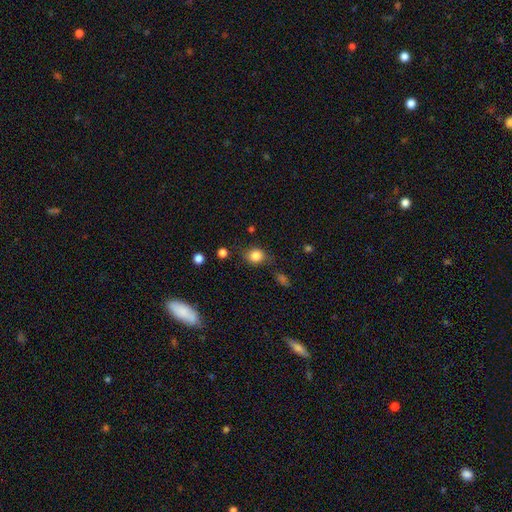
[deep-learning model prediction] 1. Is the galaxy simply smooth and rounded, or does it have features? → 83% smooth, 11% star or artifact, 6% featured or disk.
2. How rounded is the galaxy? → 60% round, 38% in between, 1% cigar-shaped.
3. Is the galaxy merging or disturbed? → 74% none, 17% minor disturbance, 5% major disturbance, 3% merger.